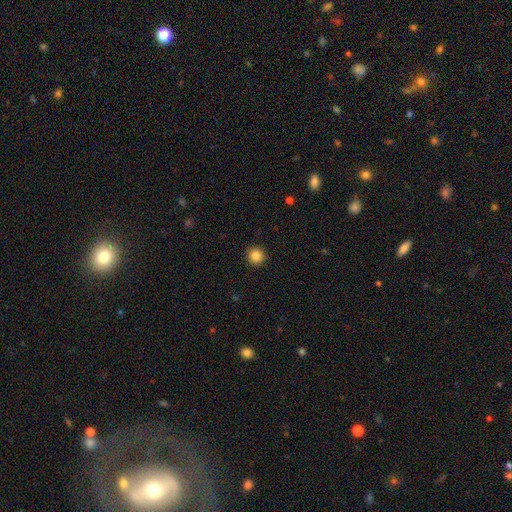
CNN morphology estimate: This appears to be a smooth galaxy with no disk features (85%) that is round (95%). Merging: none (93%).